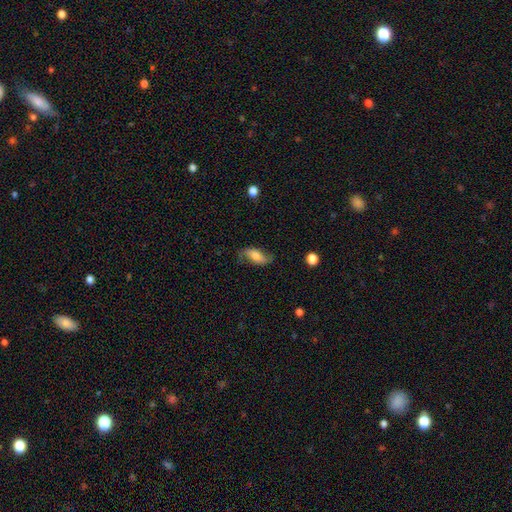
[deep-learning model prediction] A featured or disk galaxy (50%).

Vote fractions:
- Smooth or featured? featured or disk: 50% / smooth: 42% / star or artifact: 8%
- Merging? none: 67% / minor disturbance: 22% / major disturbance: 10% / merger: 2%